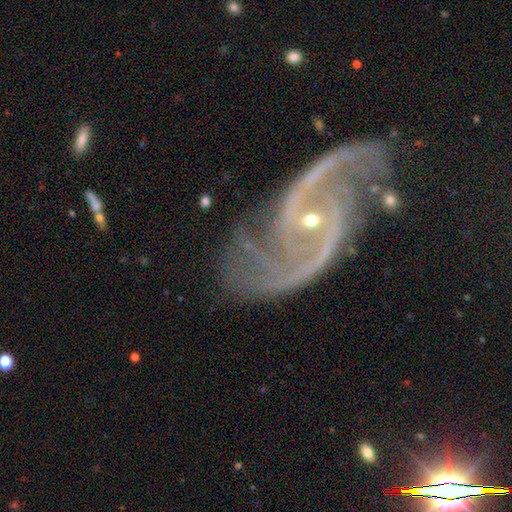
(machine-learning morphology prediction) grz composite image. It shows a featured or disk galaxy (92%) with no bar (44%), 2 (77%) medium (51%) spiral arms (98%) and a small central bulge (79%). Merging: none (64%).